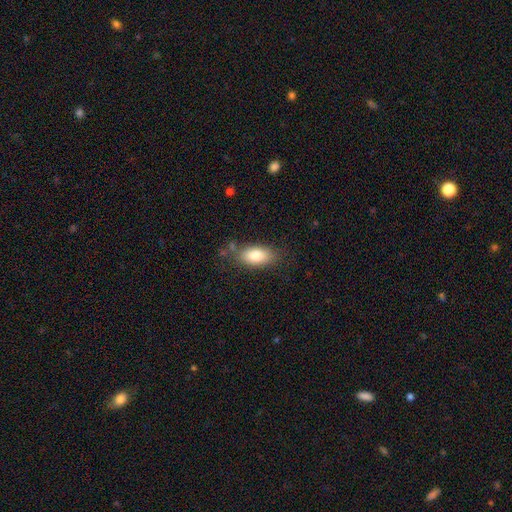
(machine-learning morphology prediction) Smooth or featured: smooth — 81% (featured or disk — 12%)
How rounded: in between — 88% (cigar-shaped — 8%)
Merging: none — 76% (minor disturbance — 16%)